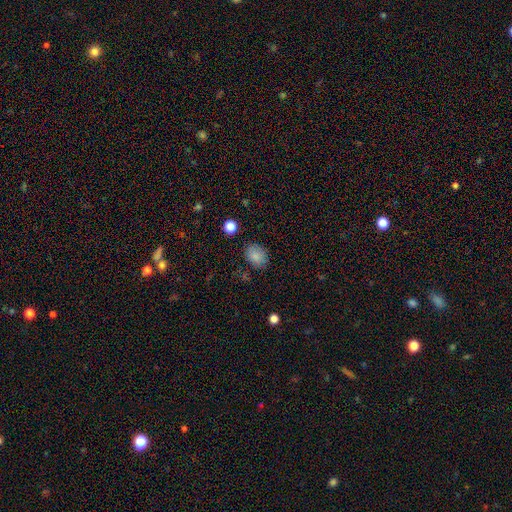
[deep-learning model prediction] Smooth or featured: smooth — 85% (star or artifact — 10%)
How rounded: in between — 69% (round — 30%)
Merging: none — 82% (minor disturbance — 13%)